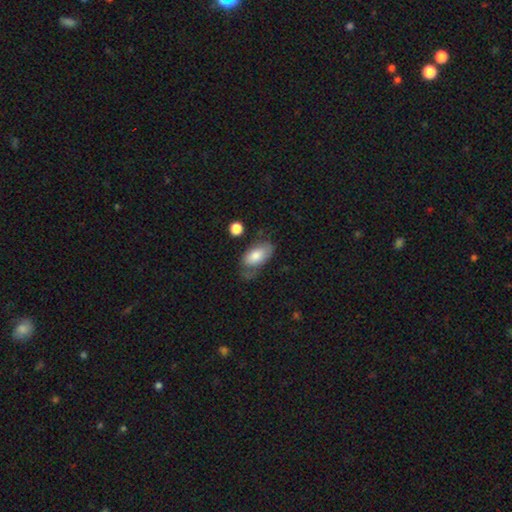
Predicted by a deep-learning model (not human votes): Smooth or featured? Predicted: smooth (p=0.75). How rounded? Predicted: in between (p=0.93). Merging? Predicted: none (p=0.48).